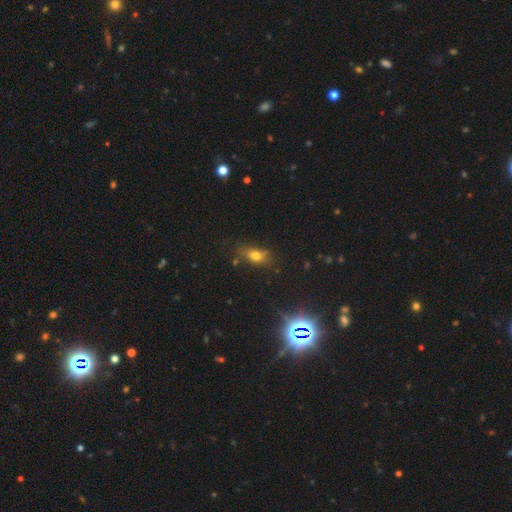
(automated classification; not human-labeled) Smooth or featured? Predicted: smooth (p=0.69). How rounded? Predicted: in between (p=0.72). Merging? Predicted: none (p=0.66).